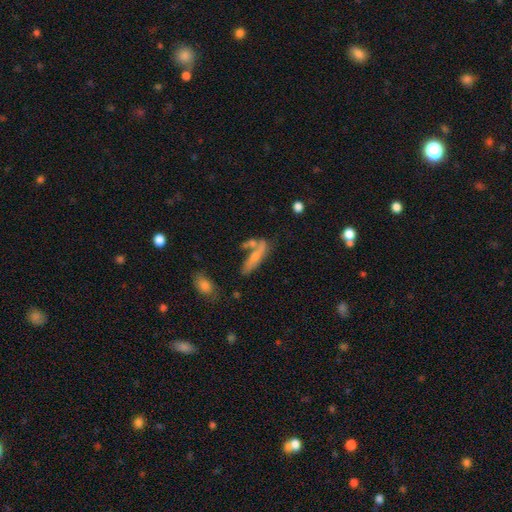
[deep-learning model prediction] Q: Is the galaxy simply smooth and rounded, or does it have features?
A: smooth — 52%.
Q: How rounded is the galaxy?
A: cigar-shaped — 65%.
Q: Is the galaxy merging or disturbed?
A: none — 40%.